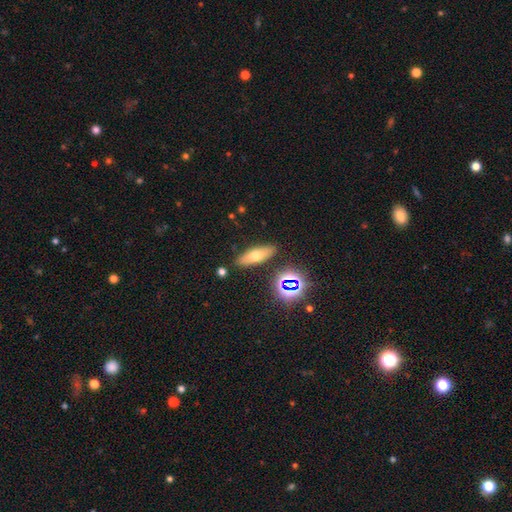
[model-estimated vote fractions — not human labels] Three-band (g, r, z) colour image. It shows a smooth galaxy with no disk features (57%) that is in between round and cigar-shaped (54%). Merging: none (86%).